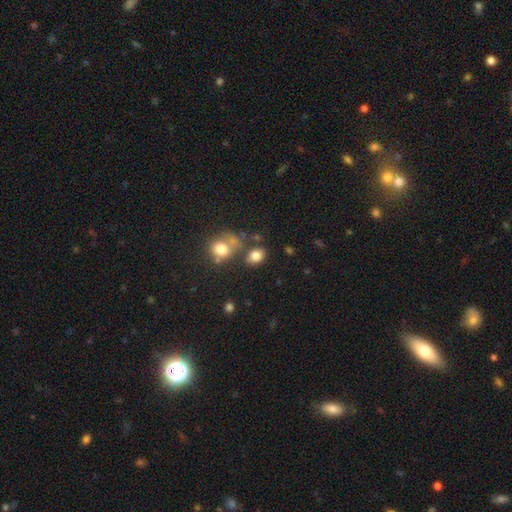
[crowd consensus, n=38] A smooth galaxy with no disk features (87%) that is in between round and cigar-shaped (73%). Merging: none (71%).